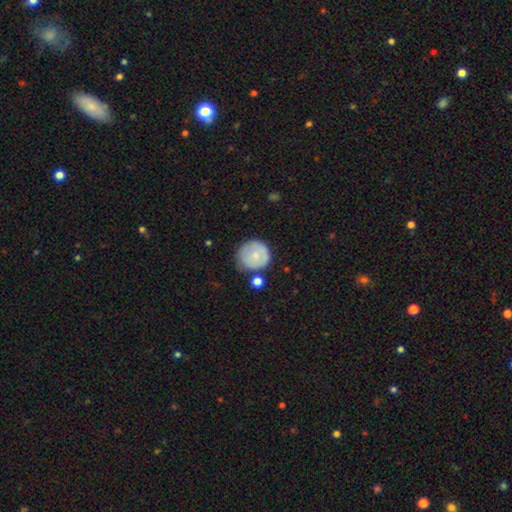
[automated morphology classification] smooth 74%, featured or disk 19%, star or artifact 7%. Down the decision tree: how rounded — round (92%); merging — none (64%).